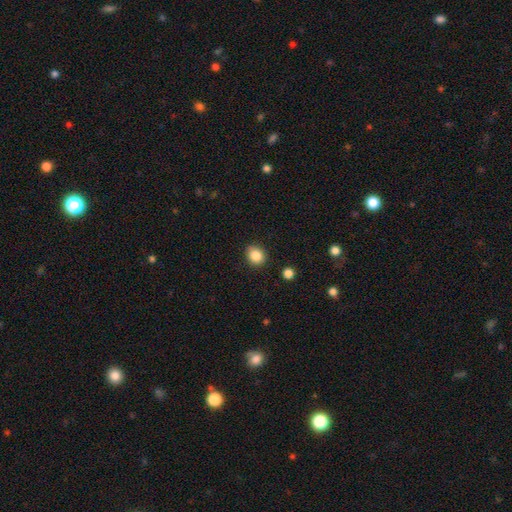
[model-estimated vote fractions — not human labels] Morphology: type=smooth (85%); roundness=round (68%); merging=none (85%).